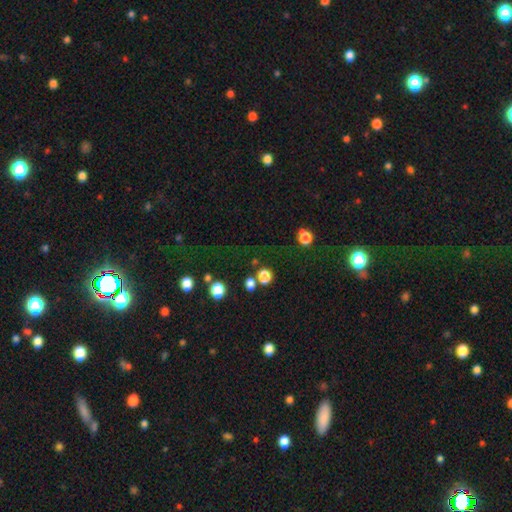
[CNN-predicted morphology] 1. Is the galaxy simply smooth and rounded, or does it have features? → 72% star or artifact, 19% smooth, 9% featured or disk.